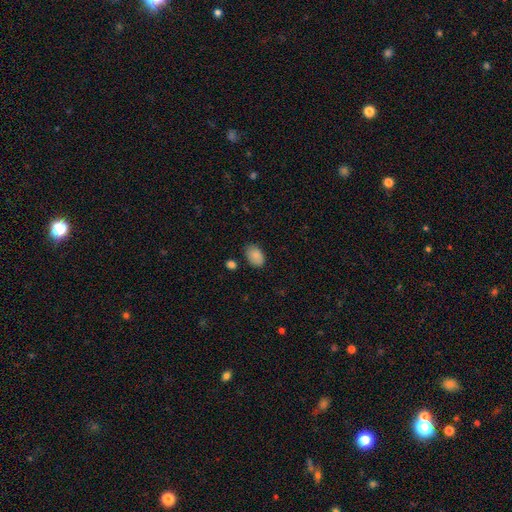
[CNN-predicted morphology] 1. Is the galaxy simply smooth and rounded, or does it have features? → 87% smooth, 8% star or artifact, 5% featured or disk.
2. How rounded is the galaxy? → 87% in between, 12% round, 1% cigar-shaped.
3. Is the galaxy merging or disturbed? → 76% none, 17% minor disturbance, 4% major disturbance, 3% merger.